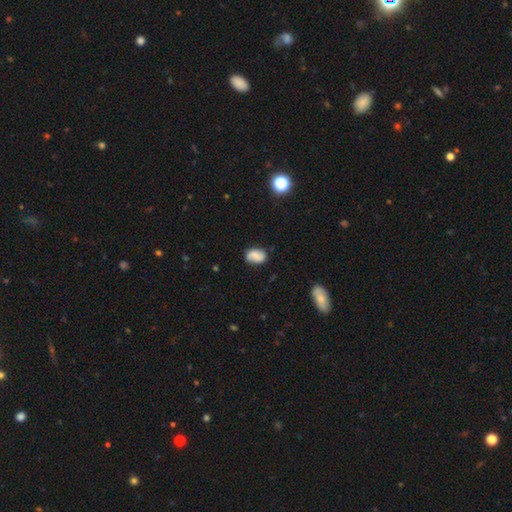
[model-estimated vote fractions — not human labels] smooth_or_featured: smooth (p=0.50) [alt: featured or disk p=0.40]
merging: none (p=0.74) [alt: minor disturbance p=0.19]